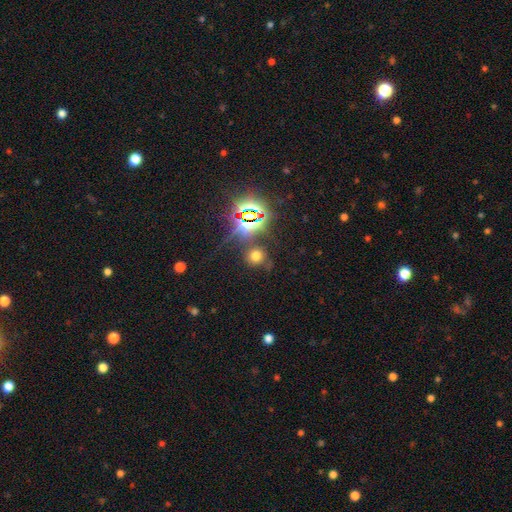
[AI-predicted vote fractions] A smooth galaxy with no disk features (57%) that is round (85%). Merging: none (75%).